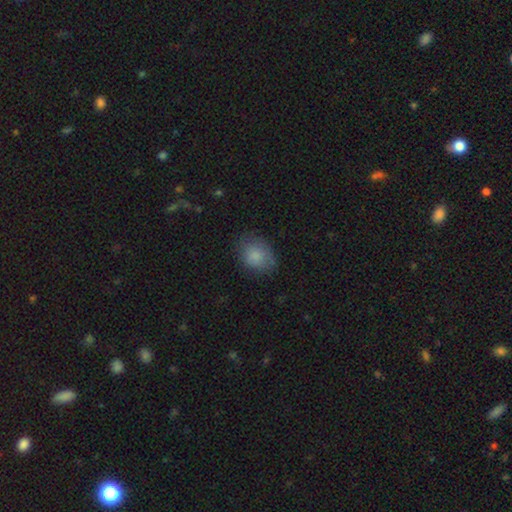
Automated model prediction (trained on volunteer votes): smooth 83%, featured or disk 8%, star or artifact 8%. Down the decision tree: how rounded — in between (59%); merging — none (70%).